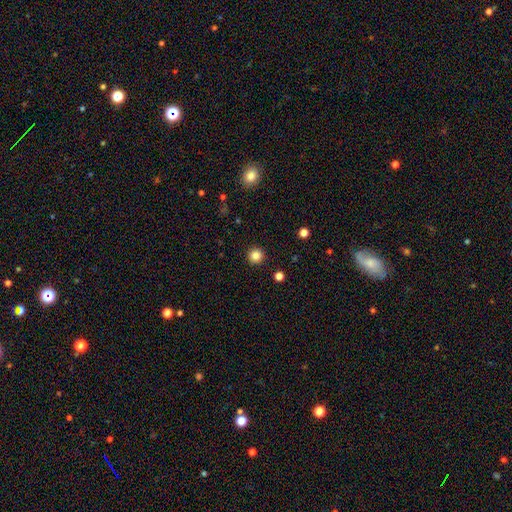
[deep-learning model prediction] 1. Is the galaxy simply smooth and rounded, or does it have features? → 84% smooth, 12% star or artifact, 5% featured or disk.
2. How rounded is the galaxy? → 96% round, 3% in between, 1% cigar-shaped.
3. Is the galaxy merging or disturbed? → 93% none, 4% minor disturbance, 2% major disturbance, 1% merger.